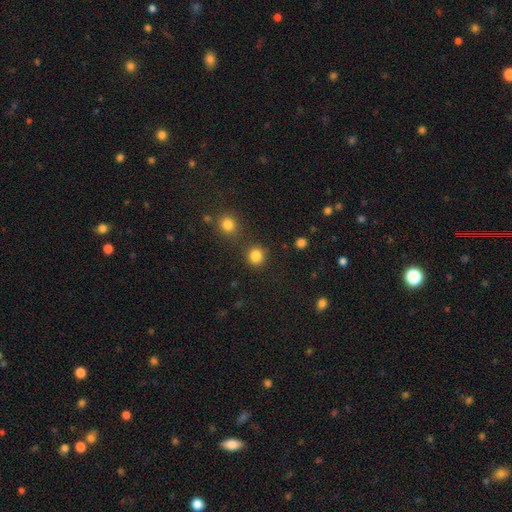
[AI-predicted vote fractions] Smooth or featured? Predicted: smooth (p=0.84). How rounded? Predicted: round (p=0.88). Merging? Predicted: none (p=0.80).